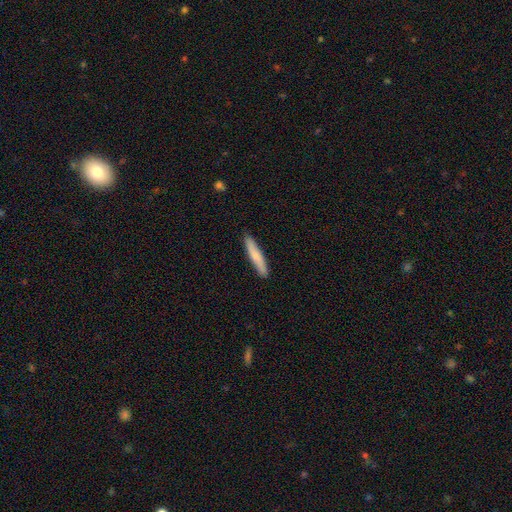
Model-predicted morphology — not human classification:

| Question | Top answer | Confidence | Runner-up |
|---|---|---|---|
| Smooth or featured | smooth | 75% | featured or disk (20%) |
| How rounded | cigar-shaped | 91% | in between (7%) |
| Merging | none | 89% | minor disturbance (8%) |